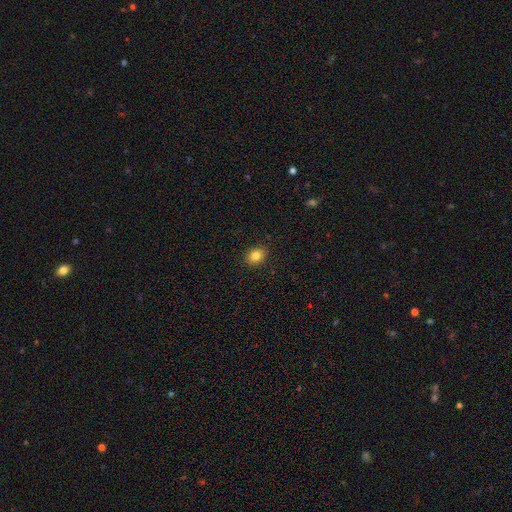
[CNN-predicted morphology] Overall: smooth (83%). How rounded: in between (58%; round 42%). Merging: none (89%).